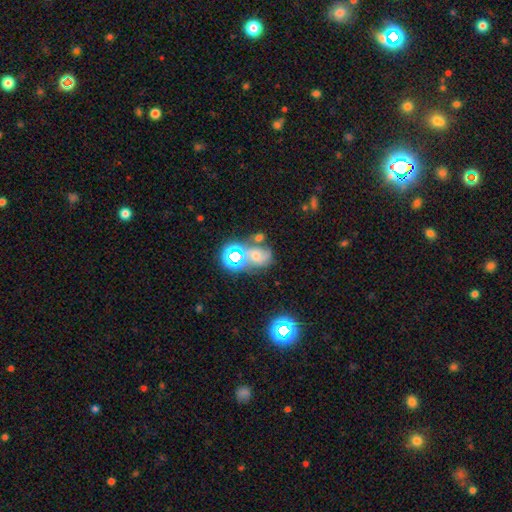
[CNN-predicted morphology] star or artifact 37%, smooth 35%, featured or disk 28%.